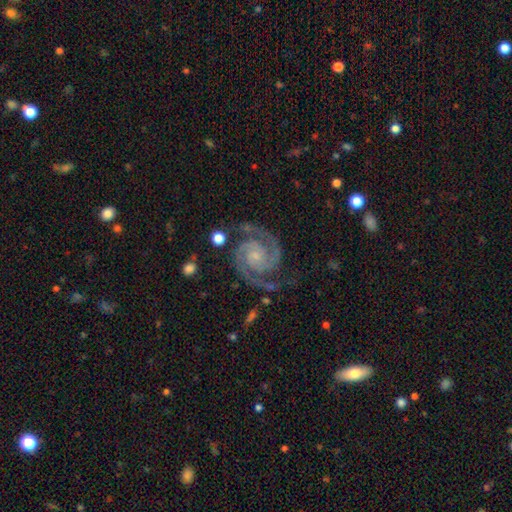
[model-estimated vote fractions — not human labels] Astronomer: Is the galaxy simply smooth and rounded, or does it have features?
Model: featured or disk — 93%.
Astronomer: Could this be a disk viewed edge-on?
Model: no — 98%.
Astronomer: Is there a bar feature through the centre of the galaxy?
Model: no — 70%.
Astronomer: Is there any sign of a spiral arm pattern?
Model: yes — 99%.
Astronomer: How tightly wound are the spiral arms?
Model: tight — 56% (runner-up: medium, 39%).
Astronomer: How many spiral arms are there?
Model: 2 — 93%.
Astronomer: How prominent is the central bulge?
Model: small — 61%.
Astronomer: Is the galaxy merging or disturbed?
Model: none — 80%.